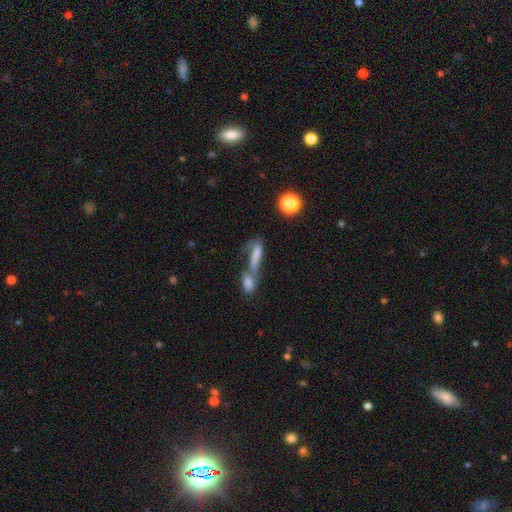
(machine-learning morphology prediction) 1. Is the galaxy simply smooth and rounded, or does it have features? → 63% smooth, 25% featured or disk, 12% star or artifact.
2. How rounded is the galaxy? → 47% cigar-shaped (tied), 47% in between (tied), 6% round.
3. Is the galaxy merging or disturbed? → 66% merger, 15% none, 11% major disturbance, 8% minor disturbance.